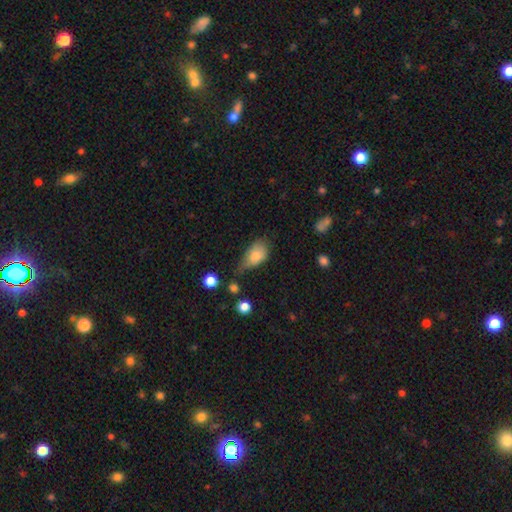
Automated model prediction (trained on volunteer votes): Smooth or featured?
  - smooth: 78% *
  - featured or disk: 14%
  - star or artifact: 8%
How rounded?
  - in between: 87% *
  - round: 10%
  - cigar-shaped: 3%
Merging?
  - minor disturbance: 45% *
  - none: 31%
  - major disturbance: 20%
  - merger: 5%